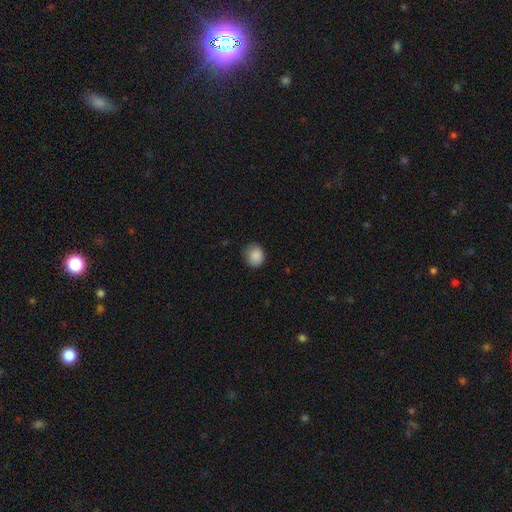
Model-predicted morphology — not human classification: Smooth or featured? Predicted: smooth (p=0.88). How rounded? Predicted: round (p=0.75). Merging? Predicted: none (p=0.77).